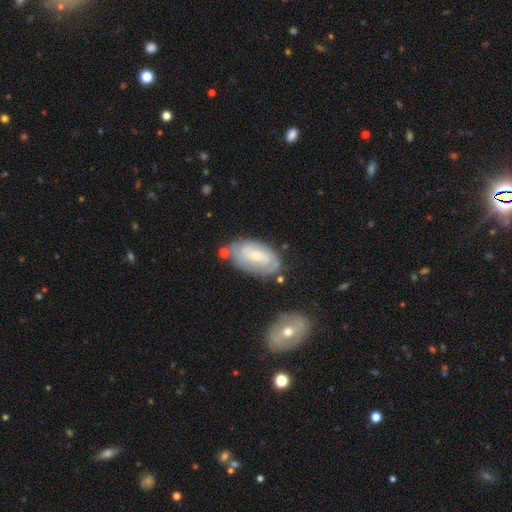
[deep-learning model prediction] Smooth or featured: featured or disk — 64% (smooth — 30%)
Edge-on disk: no — 94% (yes — 6%)
Bar: no — 51% (weak — 40%)
Spiral arms: yes — 86% (no — 14%)
Spiral winding: tight — 51% (medium — 36%)
Spiral arm count: 2 — 49% (can't tell — 33%)
Bulge size: small — 60% (moderate — 34%)
Merging: none — 67% (minor disturbance — 20%)